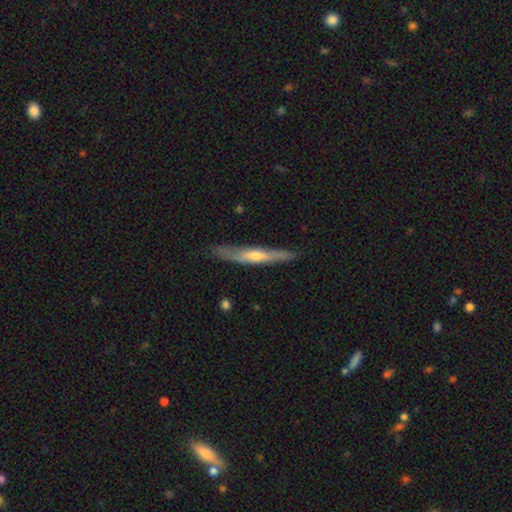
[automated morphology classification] Smooth or featured? Predicted: featured or disk (p=0.61). Edge-on disk? Predicted: yes (p=0.92). Edge-on bulge? Predicted: rounded (p=0.76). Merging? Predicted: none (p=0.84).